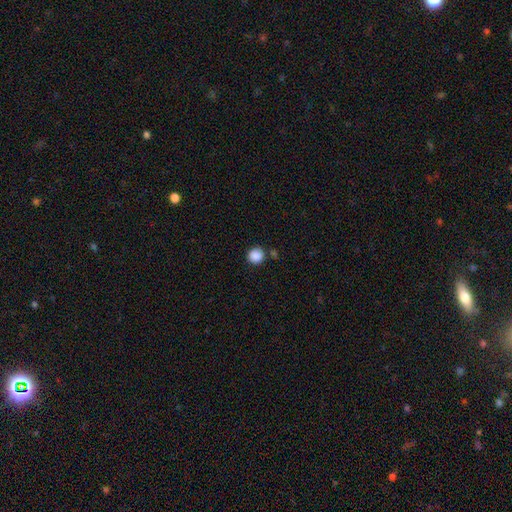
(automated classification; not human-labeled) Smooth or featured? Predicted: smooth (p=0.88). How rounded? Predicted: round (p=0.91). Merging? Predicted: none (p=0.82).